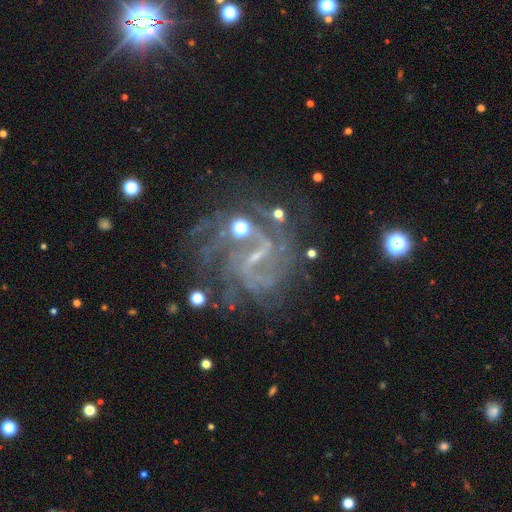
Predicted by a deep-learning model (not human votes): Morphology: type=featured or disk (82%); edge-on=no (98%); bar=weak (49%); spiral arms=yes (94%); winding=medium (44%); arm count=can't tell (28%); bulge=small (62%); merging=none (57%).